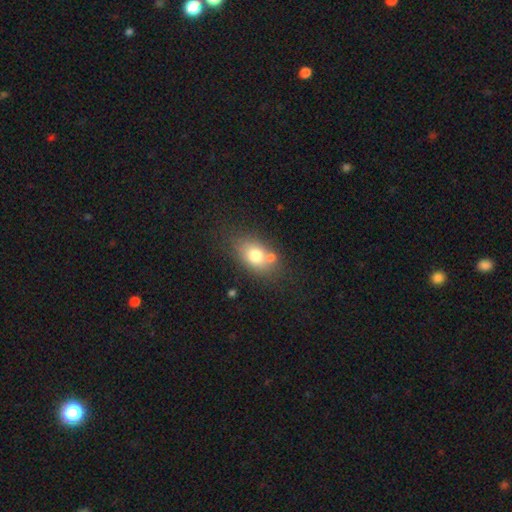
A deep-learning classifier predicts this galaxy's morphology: Overall: smooth (73%). How rounded: in between (75%). Merging: none (55%; merger 25%).